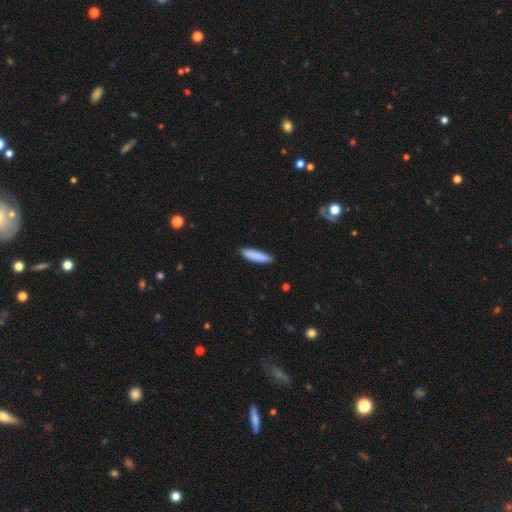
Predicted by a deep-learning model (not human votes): This is clearly a smooth galaxy (87%). How rounded: likely cigar-shaped (68%). Merging: clearly none (85%).